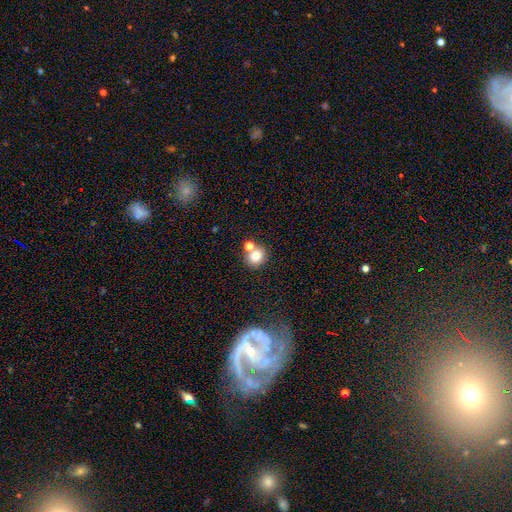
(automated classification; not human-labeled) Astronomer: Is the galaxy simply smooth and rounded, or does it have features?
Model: smooth — 77%.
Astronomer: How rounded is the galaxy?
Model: round — 79%.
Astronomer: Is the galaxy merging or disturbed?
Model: none — 62%.